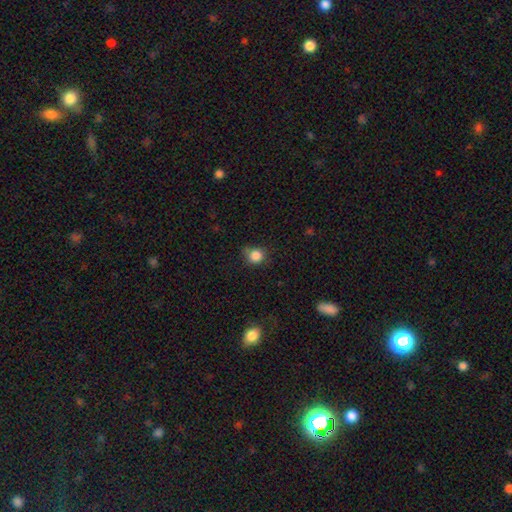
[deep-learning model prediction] Smooth or featured? Predicted: smooth (p=0.84). How rounded? Predicted: round (p=0.85). Merging? Predicted: none (p=0.68).